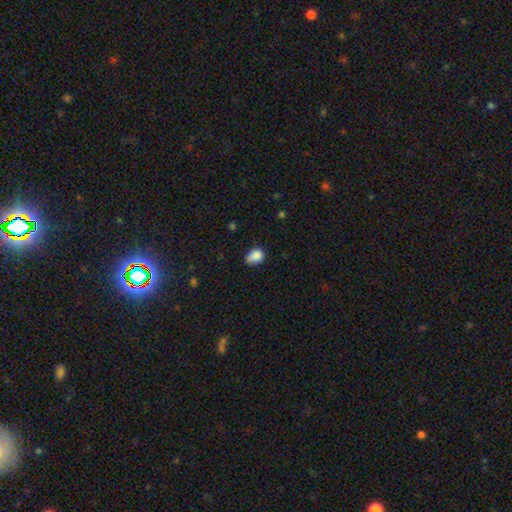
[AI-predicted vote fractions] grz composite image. It shows a smooth galaxy with no disk features (85%) that is in between round and cigar-shaped (66%). Merging: none (47%).